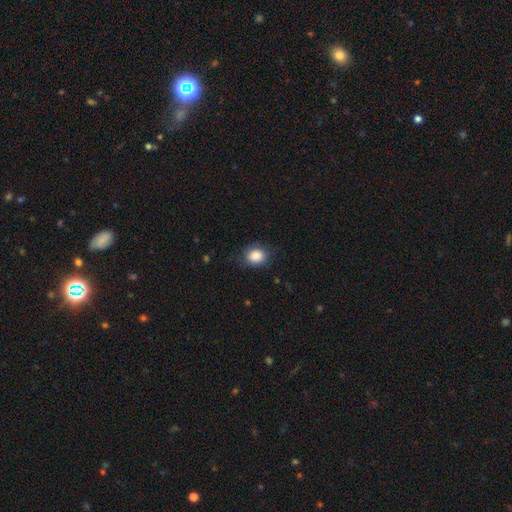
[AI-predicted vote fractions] The model was most divided on "how rounded": round: 61%, in between: 38%, cigar-shaped: 1%. More confident: smooth or featured — smooth (86%); merging — none (78%).